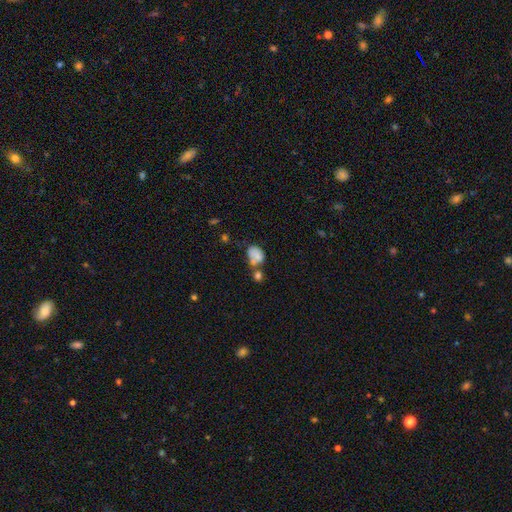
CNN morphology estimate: A smooth galaxy with no disk features (72%) that is in between round and cigar-shaped (68%). Merging: merger (42%).